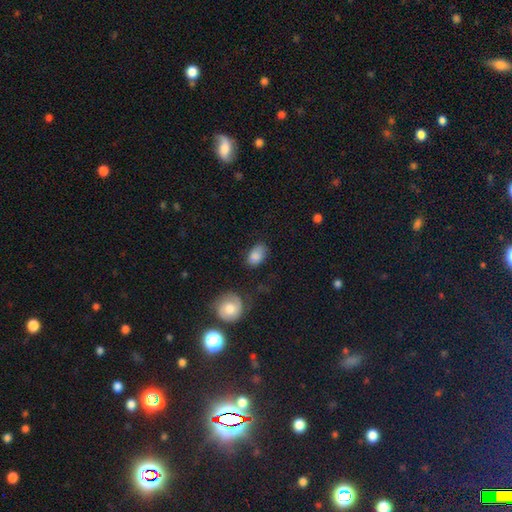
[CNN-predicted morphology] This appears to be a smooth galaxy with no disk features (82%) that is in between round and cigar-shaped (87%). Merging: none (67%).